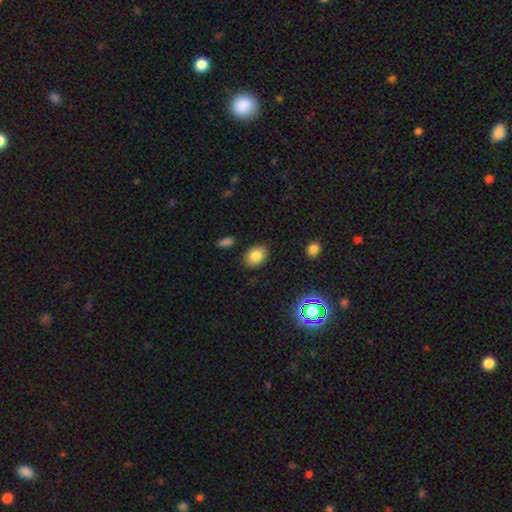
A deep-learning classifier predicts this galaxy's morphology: Q: Smooth or featured?
A: smooth (82%); runner-up: star or artifact (11%)
Q: How rounded?
A: in between (65%); runner-up: round (34%)
Q: Merging?
A: none (86%); runner-up: minor disturbance (10%)